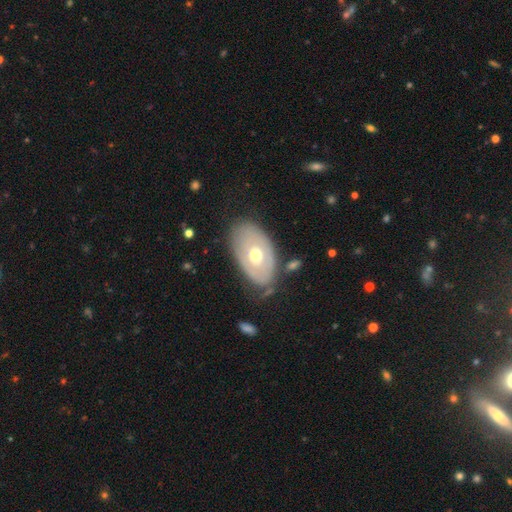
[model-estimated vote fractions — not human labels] A featured or disk galaxy (54%).

Vote fractions:
- Smooth or featured? featured or disk: 54% / smooth: 41% / star or artifact: 5%
- Edge-on disk? no: 89% / yes: 11%
- Merging? none: 70% / minor disturbance: 19% / major disturbance: 7% / merger: 4%